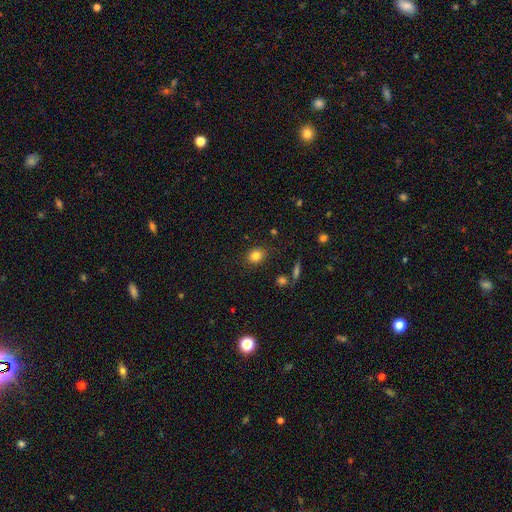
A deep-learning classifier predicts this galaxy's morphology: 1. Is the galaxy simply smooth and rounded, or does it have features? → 82% smooth, 11% star or artifact, 7% featured or disk.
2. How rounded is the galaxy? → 60% round, 38% in between, 1% cigar-shaped.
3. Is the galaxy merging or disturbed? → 85% none, 10% minor disturbance, 3% major disturbance, 2% merger.